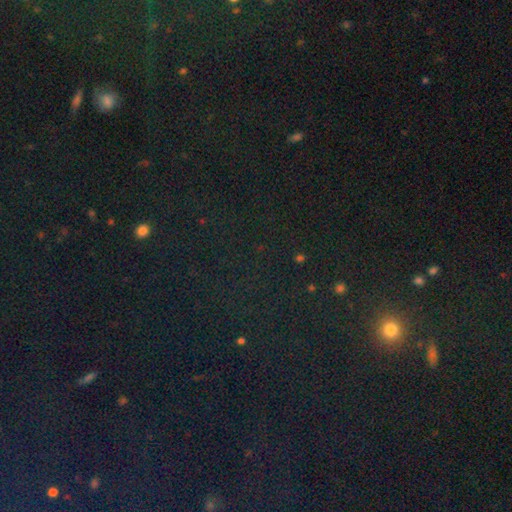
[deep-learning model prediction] The model was most divided on "smooth or featured": star or artifact: 73%, smooth: 20%, featured or disk: 7%.